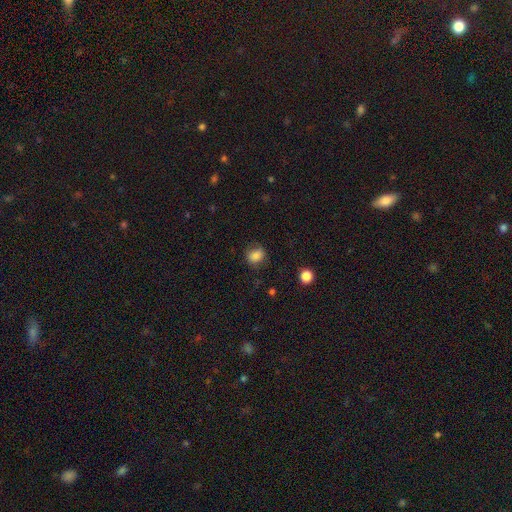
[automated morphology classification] This is clearly a smooth galaxy (81%). How rounded: likely round (61%). Merging: likely none (73%).